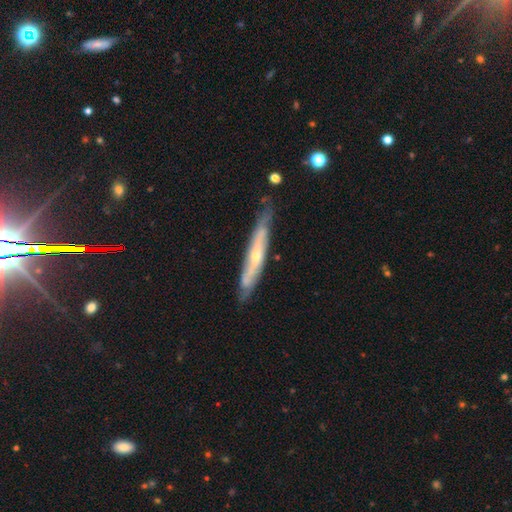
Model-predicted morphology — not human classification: Q: Smooth or featured?
A: featured or disk (67%); runner-up: smooth (27%)
Q: Edge-on disk?
A: yes (73%); runner-up: no (27%)
Q: Merging?
A: none (73%); runner-up: minor disturbance (21%)